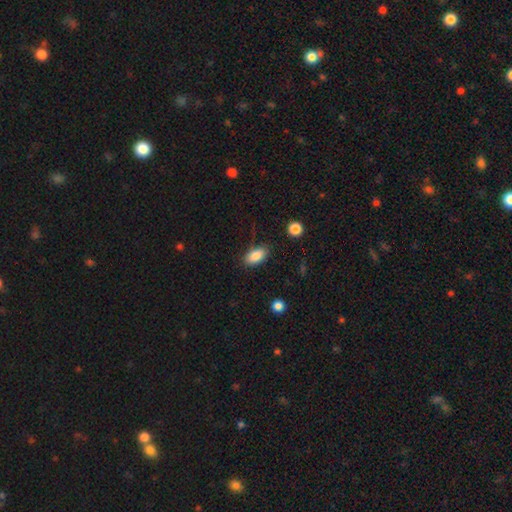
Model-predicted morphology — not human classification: smooth 86%, star or artifact 7%, featured or disk 6%. Down the decision tree: how rounded — in between (91%); merging — none (82%).